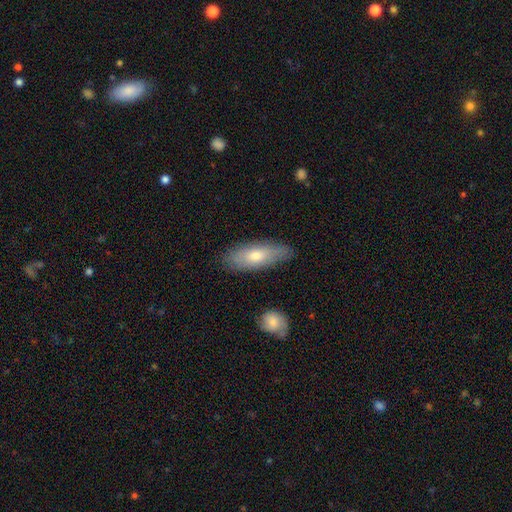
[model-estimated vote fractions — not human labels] Smooth or featured? Predicted: smooth (p=0.69). How rounded? Predicted: in between (p=0.64). Merging? Predicted: none (p=0.82).